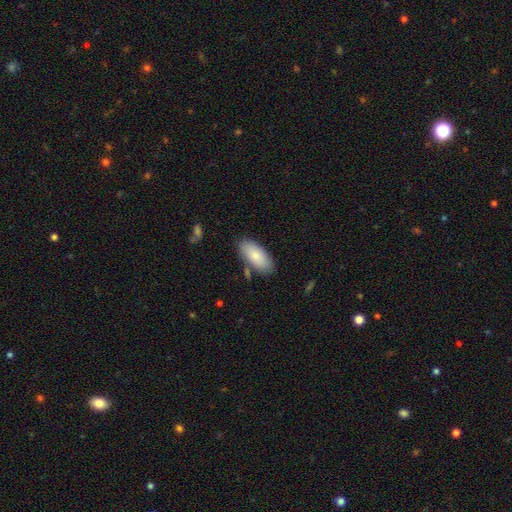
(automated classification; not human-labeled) smooth-or-featured: smooth: 81% | featured or disk: 13% | star or artifact: 6%
  how-rounded: in between: 91% | cigar-shaped: 7% | round: 2%
  merging: none: 78% | minor disturbance: 14% | merger: 5% | major disturbance: 3%